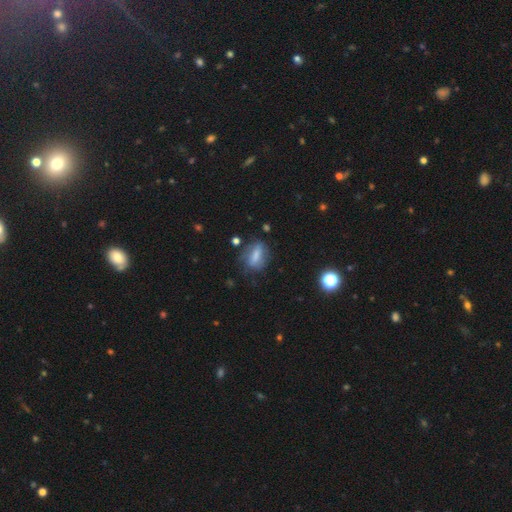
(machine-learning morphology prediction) Overall: smooth (63%; featured or disk 26%). How rounded: in between (67%). Merging: none (61%; minor disturbance 24%).